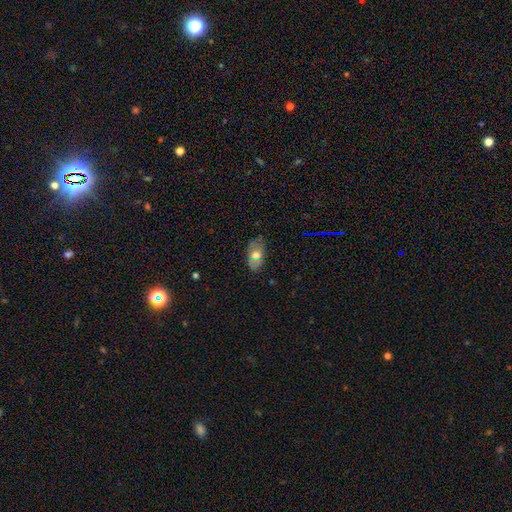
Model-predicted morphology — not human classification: Smooth or featured?
  - smooth: 58% *
  - featured or disk: 33%
  - star or artifact: 9%
How rounded?
  - in between: 90% *
  - round: 8%
  - cigar-shaped: 2%
Merging?
  - none: 69% *
  - minor disturbance: 24%
  - major disturbance: 5%
  - merger: 2%